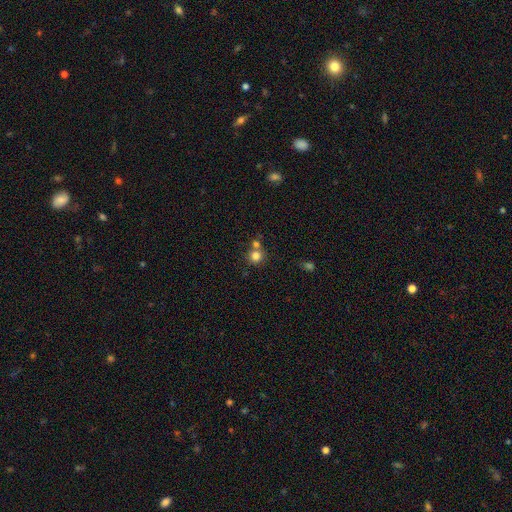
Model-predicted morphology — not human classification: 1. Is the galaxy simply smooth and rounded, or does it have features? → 80% smooth, 12% star or artifact, 8% featured or disk.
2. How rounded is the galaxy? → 90% round, 9% in between, 1% cigar-shaped.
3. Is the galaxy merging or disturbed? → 58% none, 31% merger, 8% minor disturbance, 3% major disturbance.